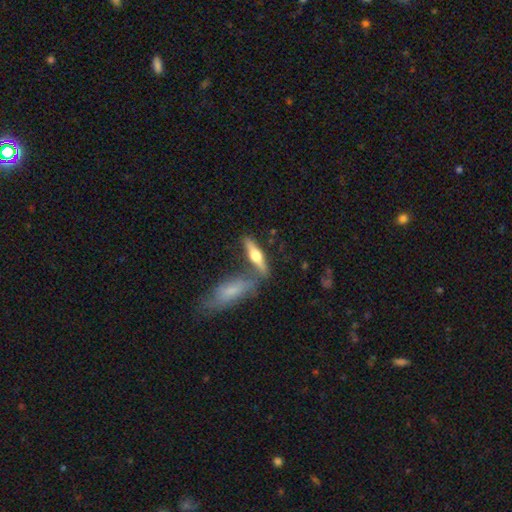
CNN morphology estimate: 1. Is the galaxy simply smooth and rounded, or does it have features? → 55% featured or disk, 39% smooth, 6% star or artifact.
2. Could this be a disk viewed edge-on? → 92% yes, 8% no.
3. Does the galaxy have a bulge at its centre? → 94% rounded, 3% boxy, 3% none.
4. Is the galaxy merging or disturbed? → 63% none, 21% merger, 12% minor disturbance, 4% major disturbance.